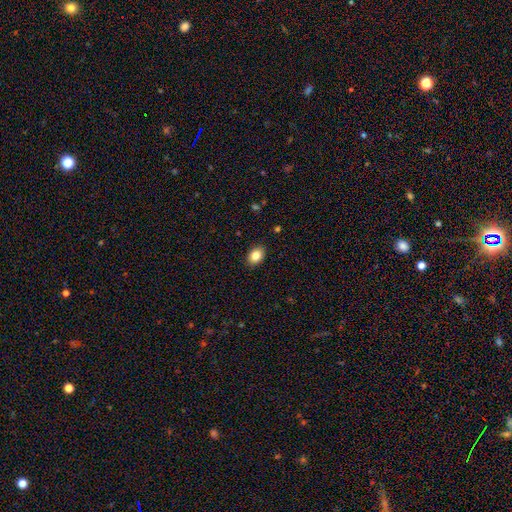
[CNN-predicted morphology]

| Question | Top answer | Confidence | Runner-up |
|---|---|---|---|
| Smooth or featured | smooth | 85% | star or artifact (9%) |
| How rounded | in between | 74% | round (25%) |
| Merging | none | 89% | minor disturbance (8%) |